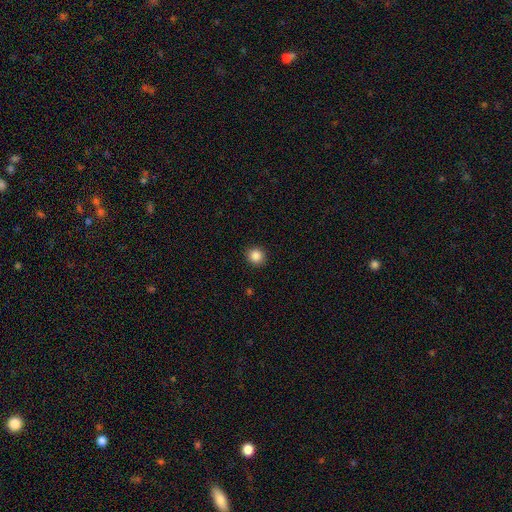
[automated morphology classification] smooth_or_featured: smooth (p=0.86) [alt: star or artifact p=0.10]
how_rounded: round (p=0.91) [alt: in between p=0.08]
merging: none (p=0.92) [alt: minor disturbance p=0.05]